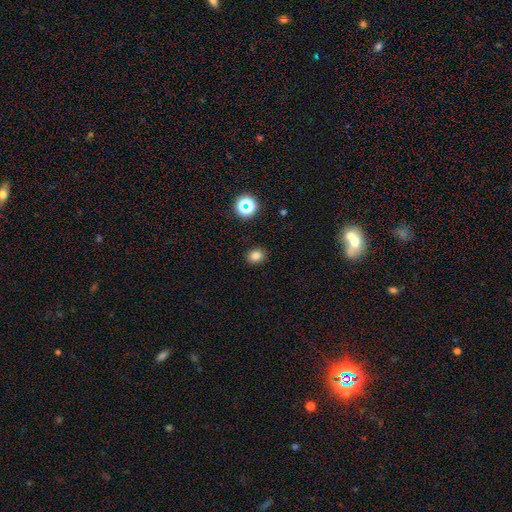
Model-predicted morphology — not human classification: The model was most divided on "how rounded": round: 63%, in between: 36%, cigar-shaped: 1%. More confident: merging — none (89%); smooth or featured — smooth (78%).